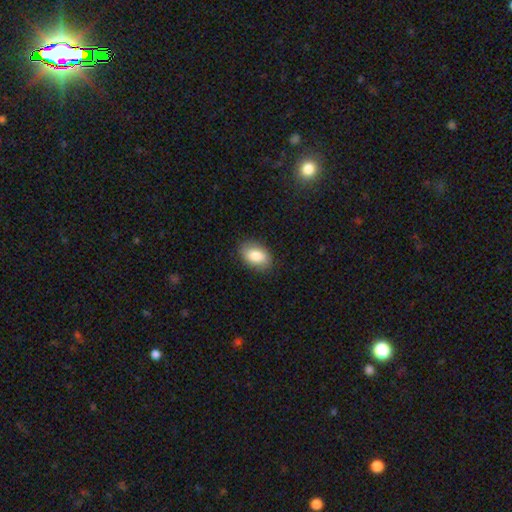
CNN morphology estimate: Smooth or featured? smooth (85%)
How rounded? in between (88%)
Merging? none (85%)